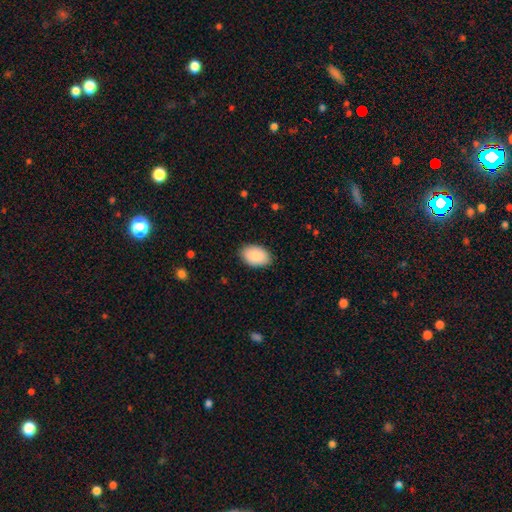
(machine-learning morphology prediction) Smooth or featured? smooth (88%)
How rounded? in between (89%)
Merging? none (87%)